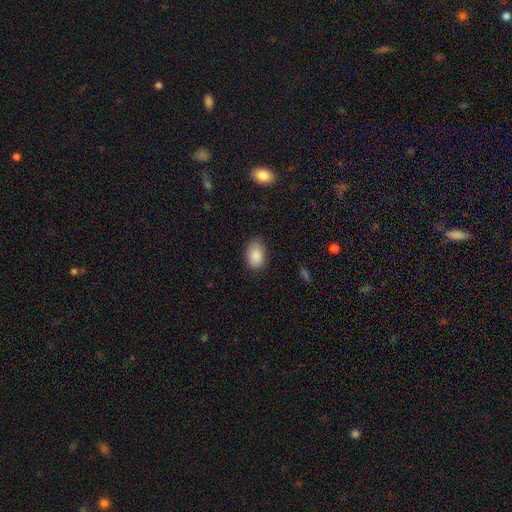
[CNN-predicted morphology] A smooth galaxy with no disk features (88%) that is in between round and cigar-shaped (86%).

Vote fractions:
- Smooth or featured? smooth: 88% / star or artifact: 7% / featured or disk: 5%
- How rounded? in between: 86% / round: 13% / cigar-shaped: 1%
- Merging? none: 80% / minor disturbance: 16% / major disturbance: 3% / merger: 1%